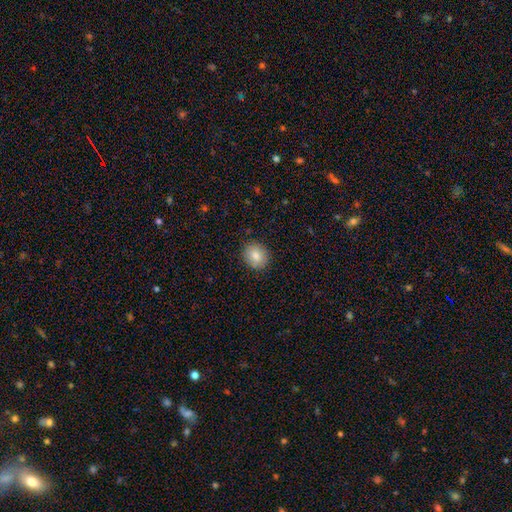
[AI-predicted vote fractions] Morphology: type=smooth (83%); roundness=round (70%); merging=none (89%).